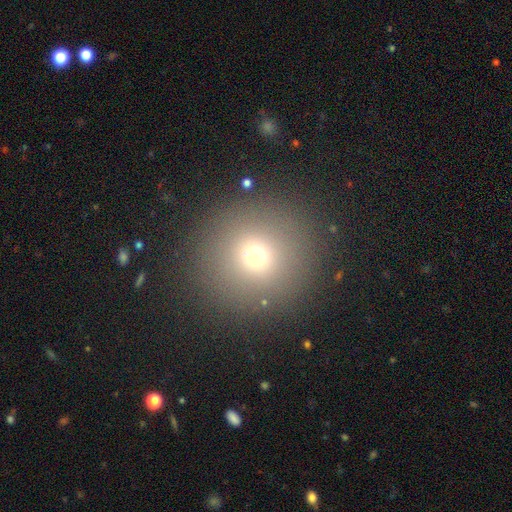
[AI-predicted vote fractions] A smooth galaxy with no disk features (68%) that is round (94%). Merging: none (89%).